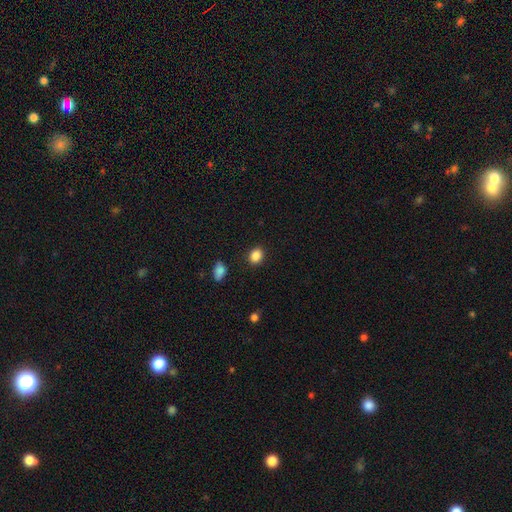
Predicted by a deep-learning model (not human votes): Morphology: type=smooth (87%); roundness=round (51%); merging=none (89%).